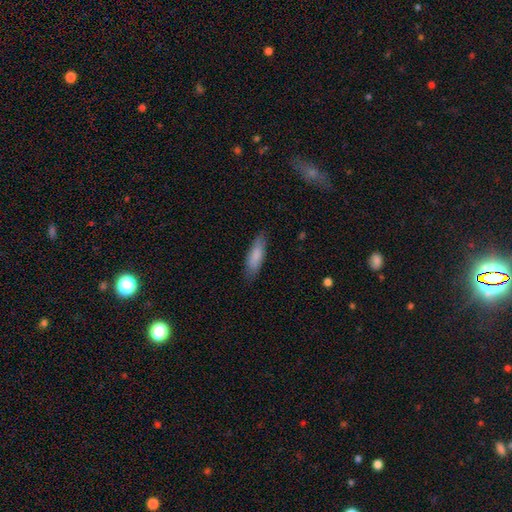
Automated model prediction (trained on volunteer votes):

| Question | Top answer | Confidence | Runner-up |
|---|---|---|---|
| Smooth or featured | smooth | 83% | featured or disk (11%) |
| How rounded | cigar-shaped | 49% | tied: in between (49%) |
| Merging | none | 81% | minor disturbance (15%) |